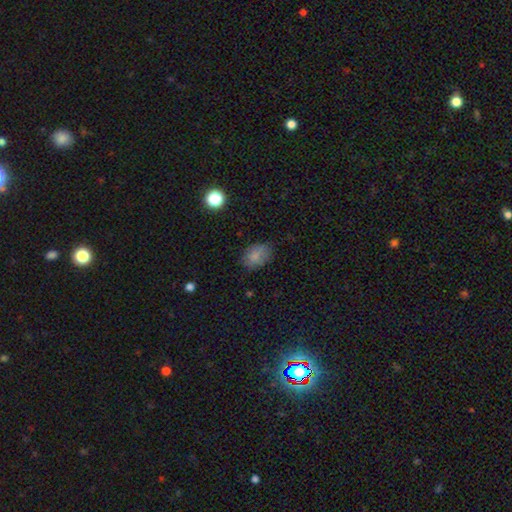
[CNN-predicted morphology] This is clearly a smooth galaxy (81%). How rounded: clearly in between (82%). Merging: likely none (76%).